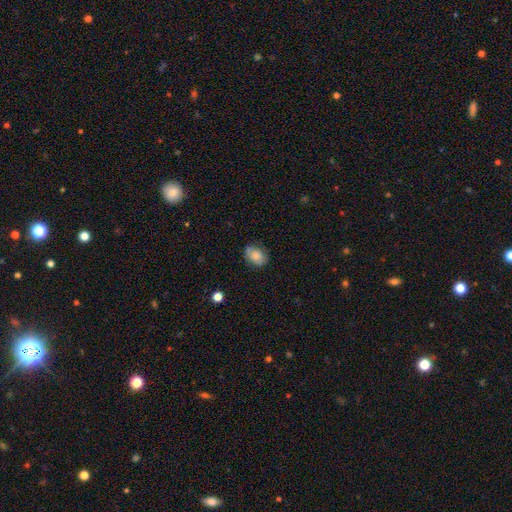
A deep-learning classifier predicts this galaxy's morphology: This is likely a smooth galaxy (78%). How rounded: likely in between (73%). Merging: likely none (74%).